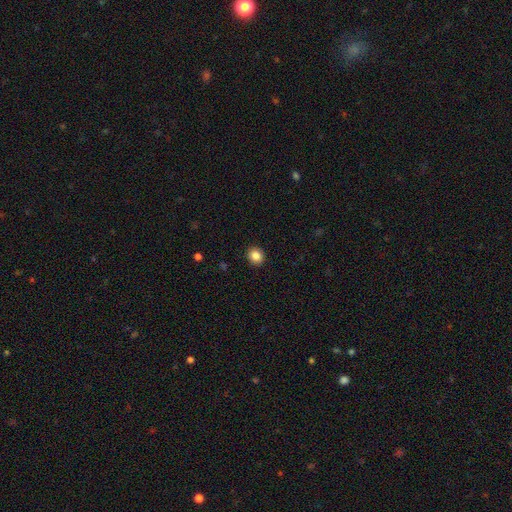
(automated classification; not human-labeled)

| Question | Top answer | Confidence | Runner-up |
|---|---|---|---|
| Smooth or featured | smooth | 85% | star or artifact (10%) |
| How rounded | round | 79% | in between (20%) |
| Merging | none | 92% | minor disturbance (5%) |